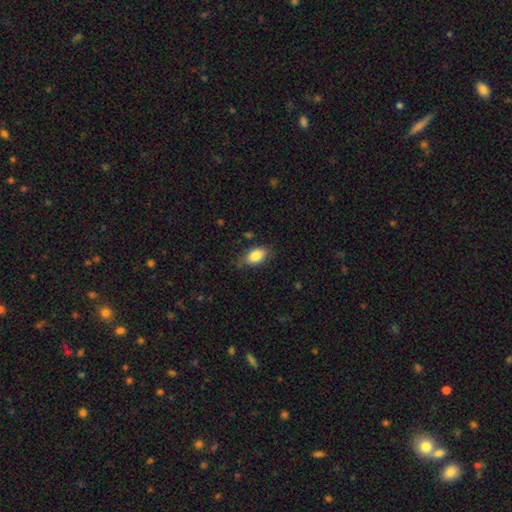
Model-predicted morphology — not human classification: Smooth or featured?
  - smooth: 85% *
  - featured or disk: 8%
  - star or artifact: 7%
How rounded?
  - in between: 89% *
  - round: 9%
  - cigar-shaped: 2%
Merging?
  - none: 75% *
  - minor disturbance: 19%
  - major disturbance: 4%
  - merger: 1%